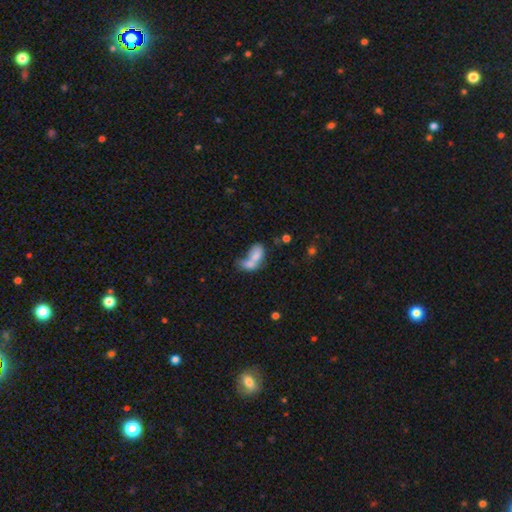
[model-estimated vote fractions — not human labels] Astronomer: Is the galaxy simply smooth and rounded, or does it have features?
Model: smooth — 71%.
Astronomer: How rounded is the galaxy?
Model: in between — 84%.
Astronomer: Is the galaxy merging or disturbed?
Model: merger — 72%.